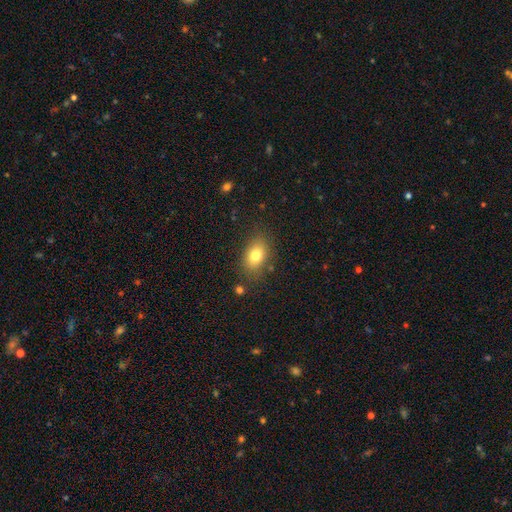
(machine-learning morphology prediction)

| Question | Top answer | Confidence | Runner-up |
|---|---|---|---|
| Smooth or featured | smooth | 78% | featured or disk (11%) |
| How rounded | in between | 80% | round (18%) |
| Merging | none | 80% | minor disturbance (13%) |